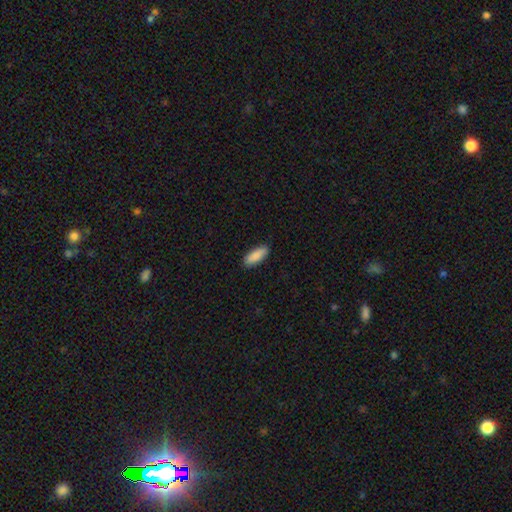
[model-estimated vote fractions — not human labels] A smooth galaxy with no disk features (89%) that is in between round and cigar-shaped (71%).

Vote fractions:
- Smooth or featured? smooth: 89% / star or artifact: 6% / featured or disk: 5%
- How rounded? in between: 71% / cigar-shaped: 27% / round: 2%
- Merging? none: 89% / minor disturbance: 8% / major disturbance: 2% / merger: 1%